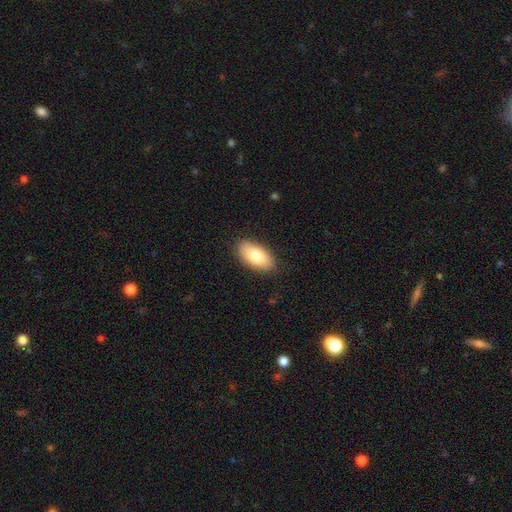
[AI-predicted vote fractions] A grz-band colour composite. It shows a smooth galaxy with no disk features (82%) that is in between round and cigar-shaped (94%). Merging: none (86%).